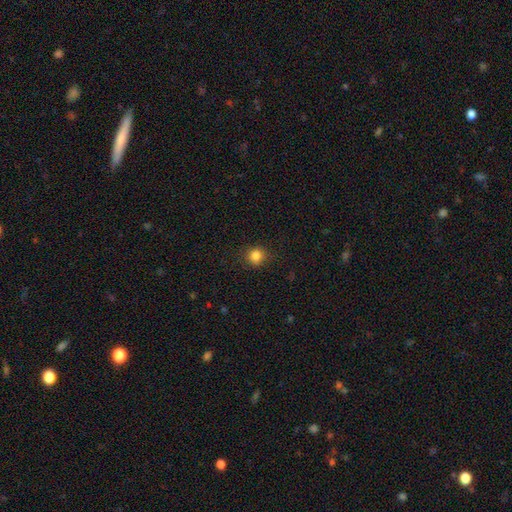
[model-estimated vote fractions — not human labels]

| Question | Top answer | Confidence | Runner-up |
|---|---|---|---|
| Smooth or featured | smooth | 83% | star or artifact (12%) |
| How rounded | round | 88% | in between (11%) |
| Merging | none | 87% | minor disturbance (9%) |